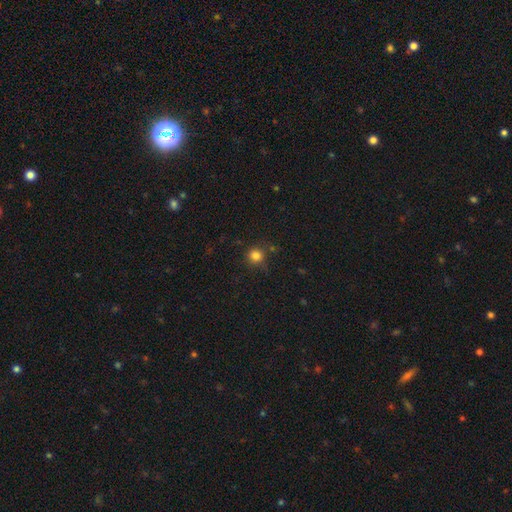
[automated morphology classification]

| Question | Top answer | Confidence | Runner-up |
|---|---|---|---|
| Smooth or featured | smooth | 82% | star or artifact (13%) |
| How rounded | round | 90% | in between (9%) |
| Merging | none | 80% | minor disturbance (13%) |